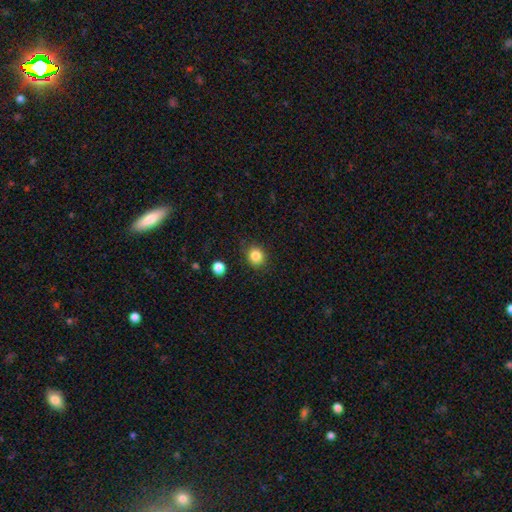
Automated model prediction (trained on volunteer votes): This appears to be a smooth galaxy with no disk features (84%) that is round (82%). Merging: none (87%).